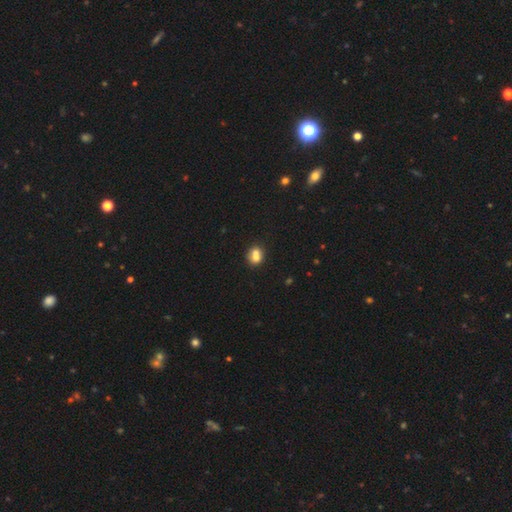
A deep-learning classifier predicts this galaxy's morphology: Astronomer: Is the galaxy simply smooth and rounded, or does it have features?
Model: smooth — 72%.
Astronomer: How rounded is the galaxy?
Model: round — 56% (runner-up: in between, 42%).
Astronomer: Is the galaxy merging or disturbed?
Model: merger — 46% (runner-up: none, 39%).